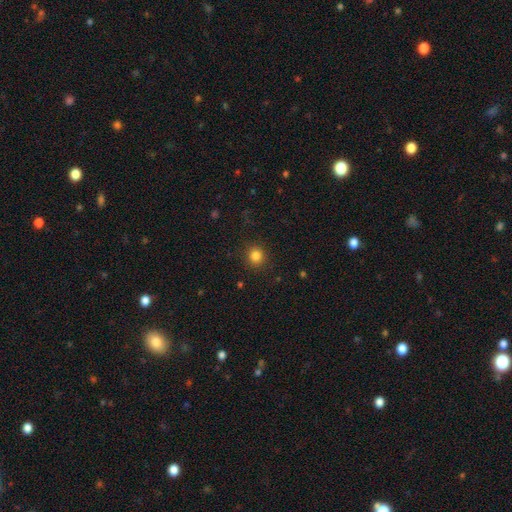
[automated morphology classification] A smooth galaxy with no disk features (83%) that is round (88%).

Vote fractions:
- Smooth or featured? smooth: 83% / star or artifact: 12% / featured or disk: 4%
- How rounded? round: 88% / in between: 11% / cigar-shaped: 1%
- Merging? none: 90% / minor disturbance: 7% / major disturbance: 3% / merger: 1%